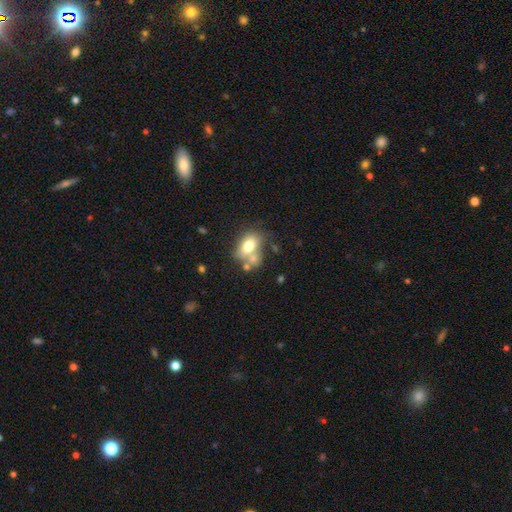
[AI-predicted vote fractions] smooth_or_featured: smooth (p=0.71) [alt: featured or disk p=0.19]
how_rounded: in between (p=0.79) [alt: round p=0.19]
merging: none (p=0.46) [alt: merger p=0.30]